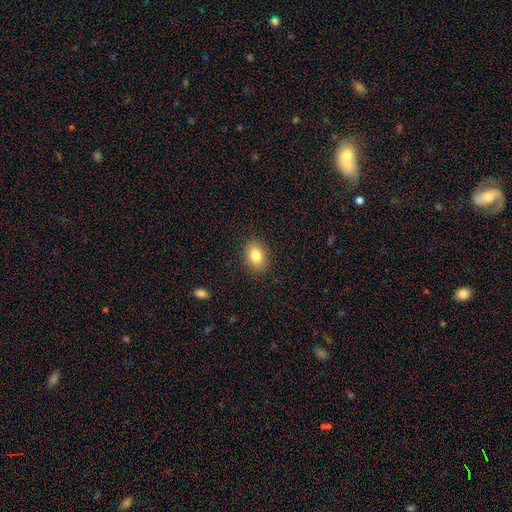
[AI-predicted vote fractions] A smooth galaxy with no disk features (83%) that is in between round and cigar-shaped (73%).

Vote fractions:
- Smooth or featured? smooth: 83% / star or artifact: 9% / featured or disk: 9%
- How rounded? in between: 73% / round: 26% / cigar-shaped: 1%
- Merging? none: 88% / minor disturbance: 9% / major disturbance: 2% / merger: 1%